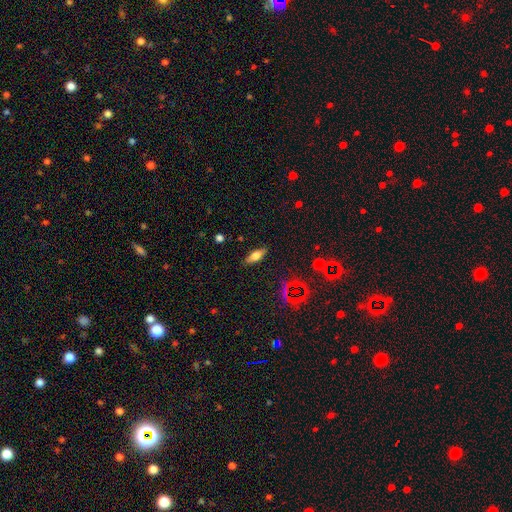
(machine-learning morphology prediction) smooth-or-featured: smooth: 59% | featured or disk: 29% | star or artifact: 11%
  how-rounded: in between: 67% | cigar-shaped: 30% | round: 3%
  merging: none: 85% | minor disturbance: 11% | major disturbance: 3% | merger: 1%